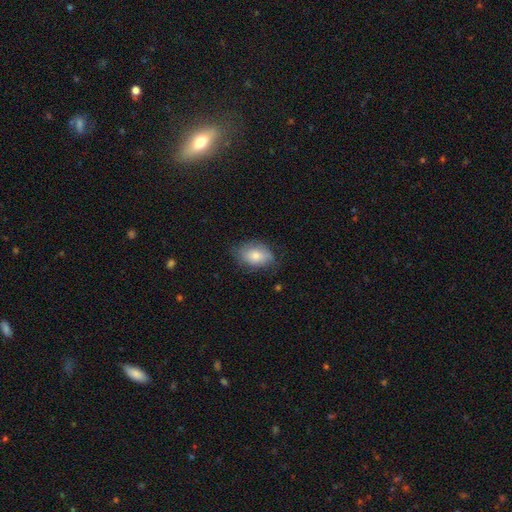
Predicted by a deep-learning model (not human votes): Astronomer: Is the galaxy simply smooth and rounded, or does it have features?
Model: smooth — 73%.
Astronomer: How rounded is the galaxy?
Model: in between — 81%.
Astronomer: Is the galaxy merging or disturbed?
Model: none — 63%.